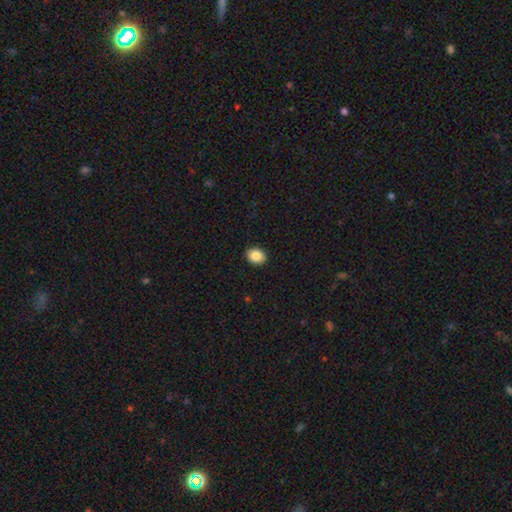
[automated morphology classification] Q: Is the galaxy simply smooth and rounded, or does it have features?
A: smooth — 85%.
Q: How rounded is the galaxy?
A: in between — 52%.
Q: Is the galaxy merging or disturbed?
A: none — 91%.